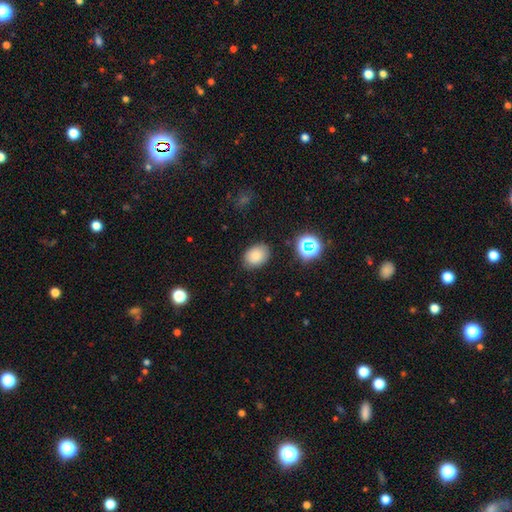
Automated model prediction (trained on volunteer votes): Morphology: type=smooth (81%); roundness=in between (70%); merging=none (82%).